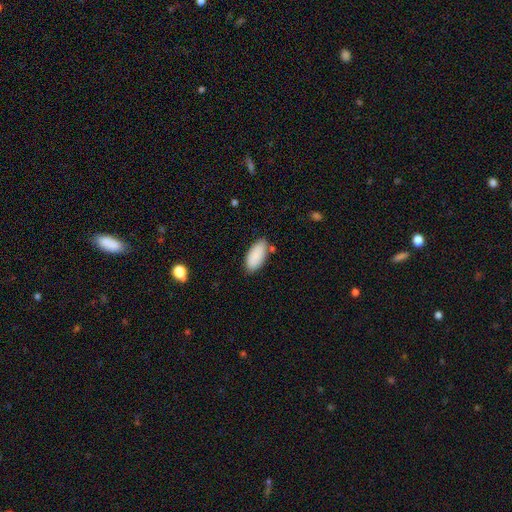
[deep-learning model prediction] smooth-or-featured: smooth: 89% | star or artifact: 6% | featured or disk: 5%
  how-rounded: in between: 92% | cigar-shaped: 6% | round: 2%
  merging: none: 78% | minor disturbance: 16% | merger: 3% | major disturbance: 3%